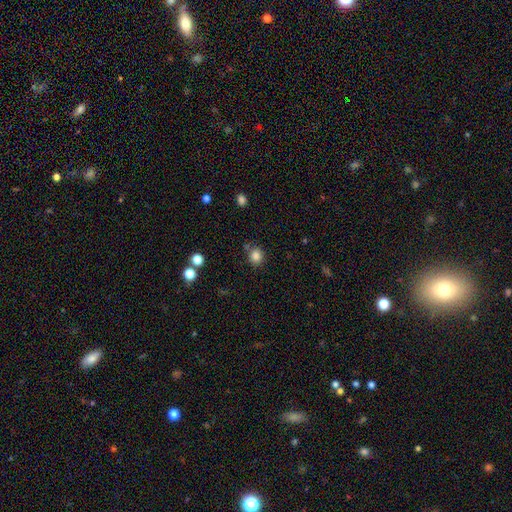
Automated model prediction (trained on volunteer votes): Morphology: type=smooth (84%); roundness=round (79%); merging=none (78%).